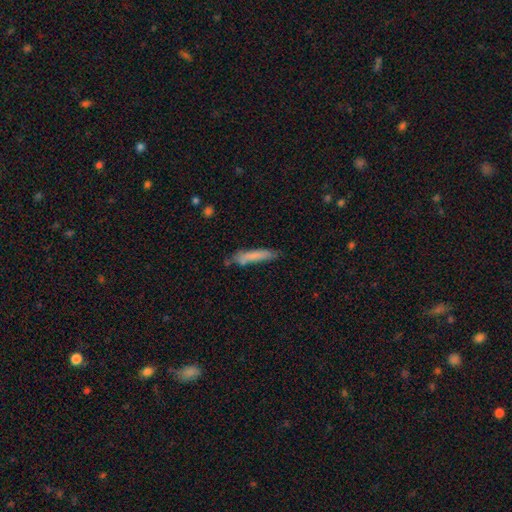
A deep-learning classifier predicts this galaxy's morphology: Smooth or featured?
  - smooth: 77% *
  - featured or disk: 16%
  - star or artifact: 6%
How rounded?
  - cigar-shaped: 88% *
  - in between: 10%
  - round: 1%
Merging?
  - none: 65% *
  - minor disturbance: 23%
  - merger: 6%
  - major disturbance: 6%